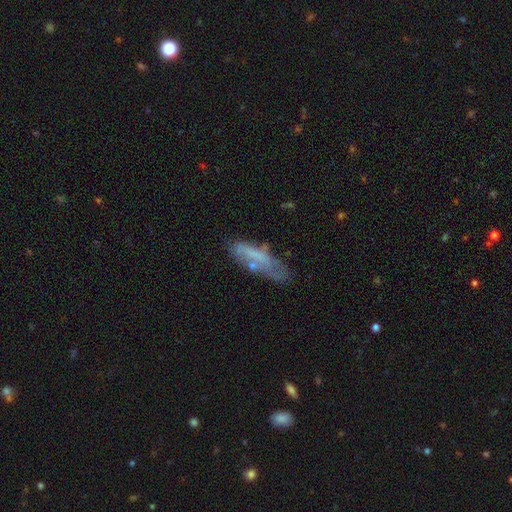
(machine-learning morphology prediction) Smooth or featured? smooth (51%)
How rounded? cigar-shaped (59%)
Merging? none (51%)